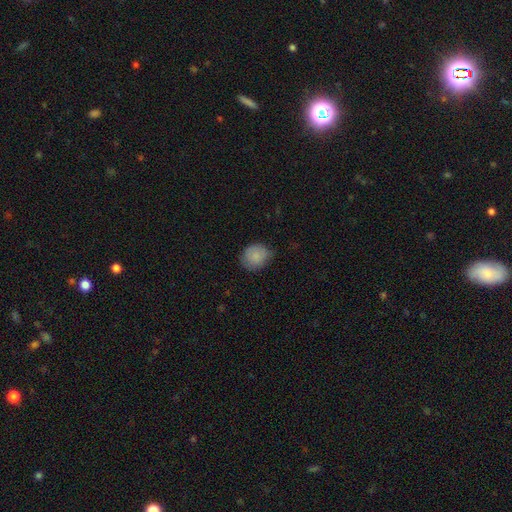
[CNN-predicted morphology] A smooth galaxy with no disk features (84%) that is round (71%).

Vote fractions:
- Smooth or featured? smooth: 84% / featured or disk: 8% / star or artifact: 8%
- How rounded? round: 71% / in between: 28% / cigar-shaped: 1%
- Merging? none: 70% / minor disturbance: 25% / major disturbance: 4% / merger: 1%